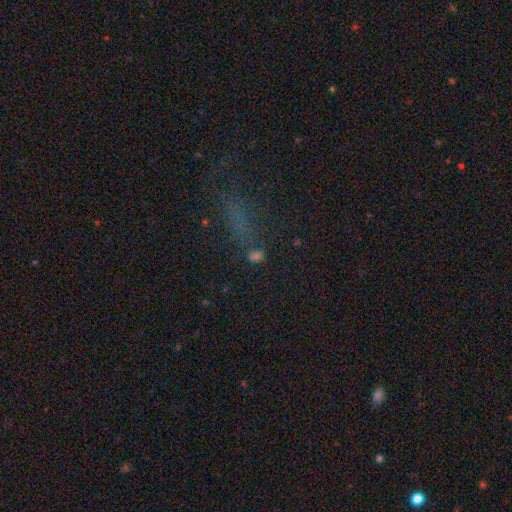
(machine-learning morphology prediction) smooth 47%, star or artifact 44%, featured or disk 10%. Down the decision tree: merging — none (55%).